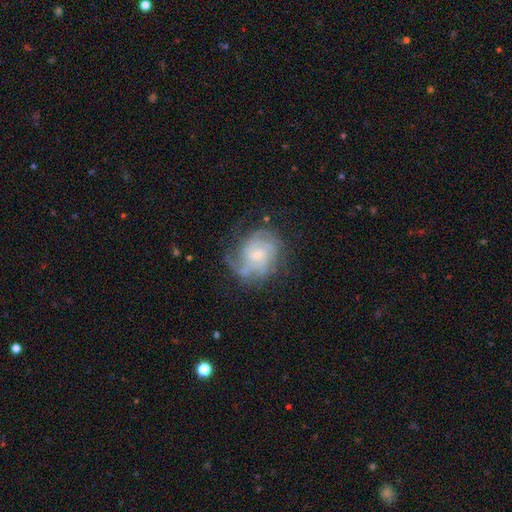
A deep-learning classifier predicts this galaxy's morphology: Smooth or featured?
  - featured or disk: 82% *
  - smooth: 11%
  - star or artifact: 7%
Edge-on disk?
  - no: 98% *
  - yes: 2%
Bar?
  - no: 62% *
  - weak: 34%
  - strong: 5%
Spiral arms?
  - yes: 95% *
  - no: 5%
Spiral winding?
  - tight: 58% *
  - medium: 33%
  - loose: 9%
Spiral arm count?
  - can't tell: 34% *
  - 3: 23%
  - 2: 18%
  - 4: 13%
  - more than 4: 6%
  - 1: 6%
Bulge size?
  - small: 59% *
  - moderate: 32%
  - none: 5%
  - large: 2%
  - dominant: 1%
Merging?
  - none: 67% *
  - minor disturbance: 20%
  - major disturbance: 11%
  - merger: 2%